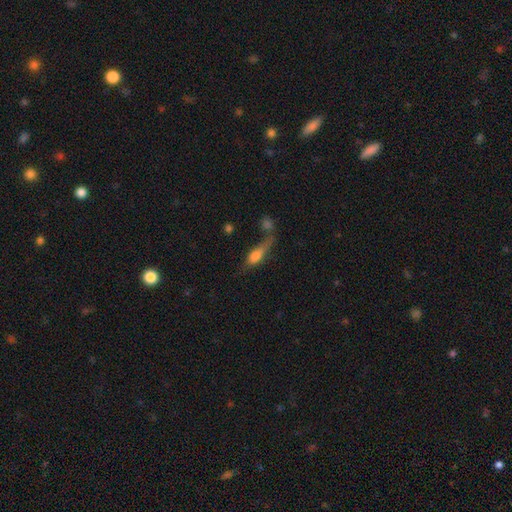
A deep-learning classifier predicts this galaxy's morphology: Smooth or featured? smooth (65%)
How rounded? in between (58%)
Merging? none (29%)